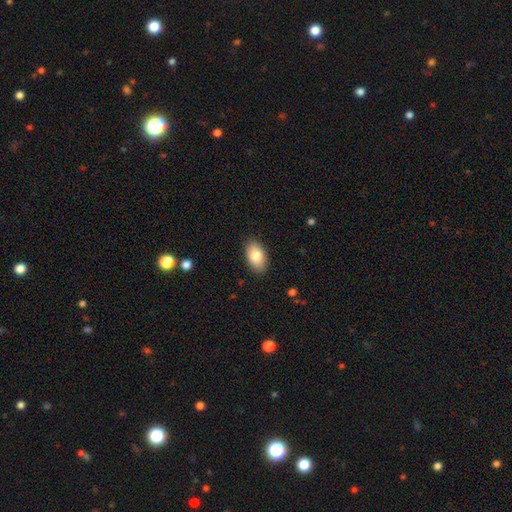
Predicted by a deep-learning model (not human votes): Smooth or featured? Predicted: smooth (p=0.82). How rounded? Predicted: in between (p=0.94). Merging? Predicted: none (p=0.89).